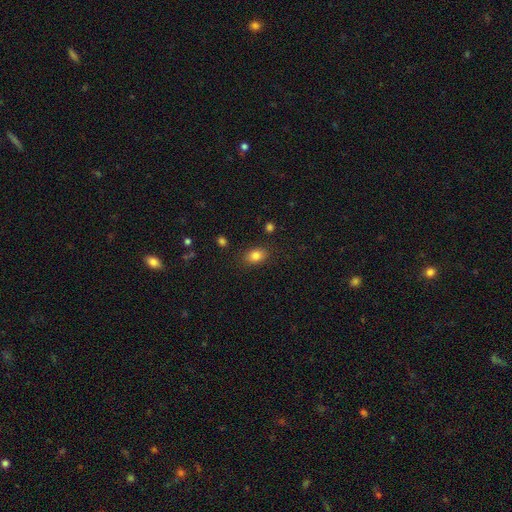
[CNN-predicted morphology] A smooth galaxy with no disk features (83%) that is in between round and cigar-shaped (76%).

Vote fractions:
- Smooth or featured? smooth: 83% / star or artifact: 10% / featured or disk: 7%
- How rounded? in between: 76% / round: 23% / cigar-shaped: 1%
- Merging? none: 84% / minor disturbance: 11% / major disturbance: 3% / merger: 2%